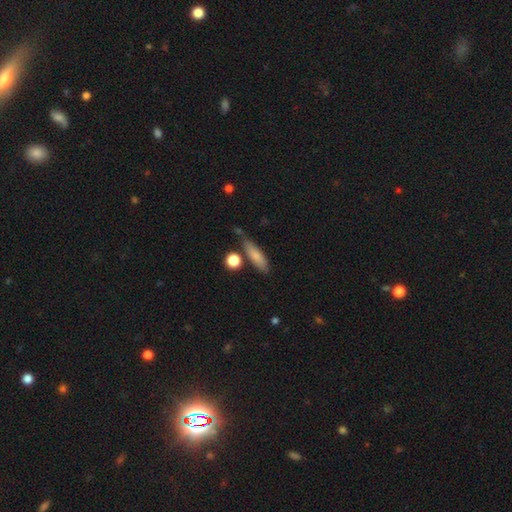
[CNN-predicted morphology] The model was most divided on "how rounded": cigar-shaped: 57%, in between: 38%, round: 5%. More confident: smooth or featured — smooth (77%); merging — none (70%).